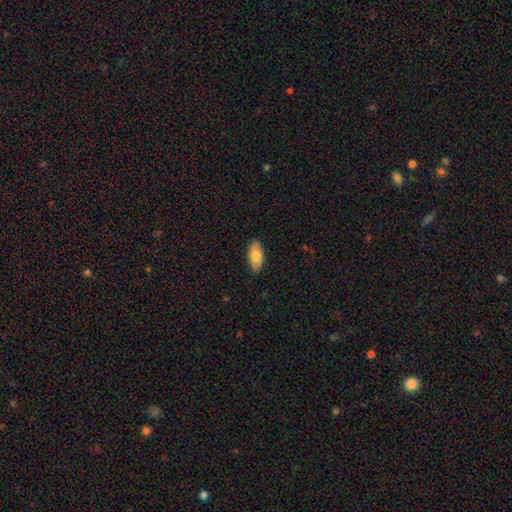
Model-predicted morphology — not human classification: The model was most divided on "smooth or featured": smooth: 79%, featured or disk: 15%, star or artifact: 6%. More confident: how rounded — in between (92%); merging — none (86%).